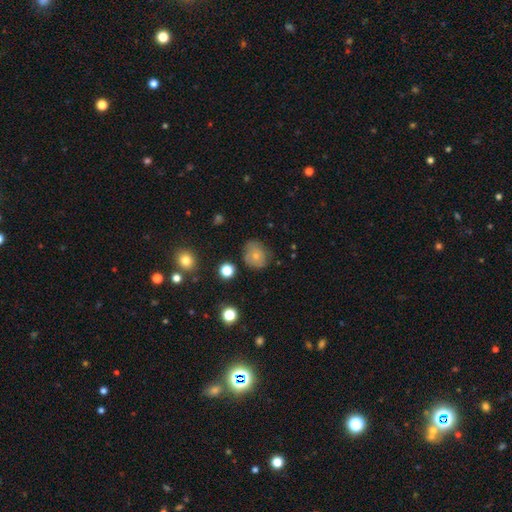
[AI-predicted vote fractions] Morphology: type=smooth (69%); roundness=round (64%); merging=none (66%).